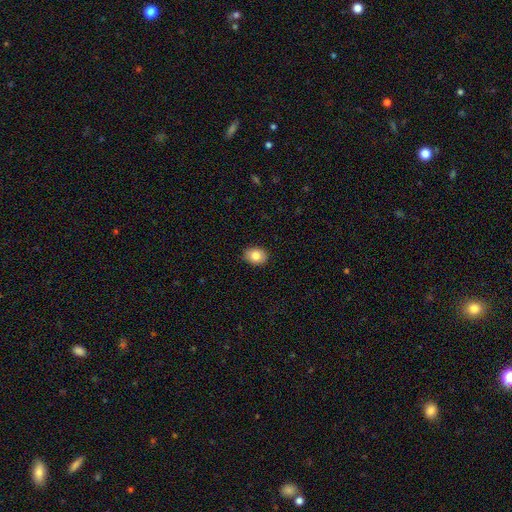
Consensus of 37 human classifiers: A smooth galaxy with no disk features (78%) that is in between round and cigar-shaped (76%).

Vote fractions:
- Smooth or featured? smooth: 78% / featured or disk: 19% / star or artifact: 3%
- How rounded? in between: 76% / round: 24% / cigar-shaped: 0%
- Merging? none: 89% / minor disturbance: 11% / major disturbance: 0% / merger: 0%